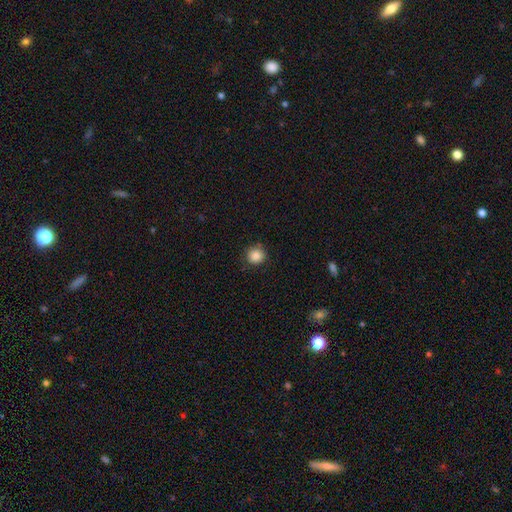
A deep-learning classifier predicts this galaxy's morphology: Smooth or featured? Predicted: smooth (p=0.87). How rounded? Predicted: round (p=0.92). Merging? Predicted: none (p=0.85).